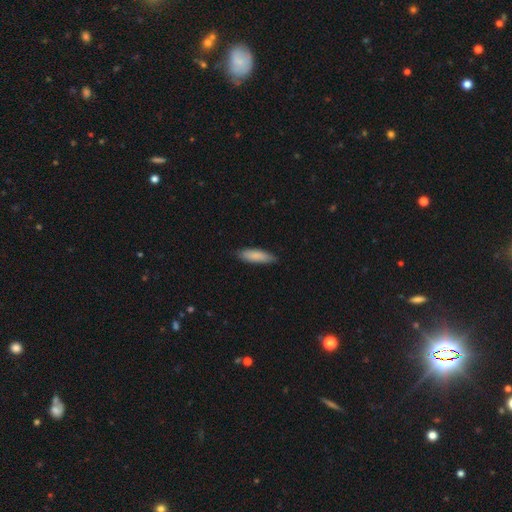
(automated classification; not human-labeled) Smooth or featured? smooth (86%)
How rounded? in between (50%)
Merging? none (84%)